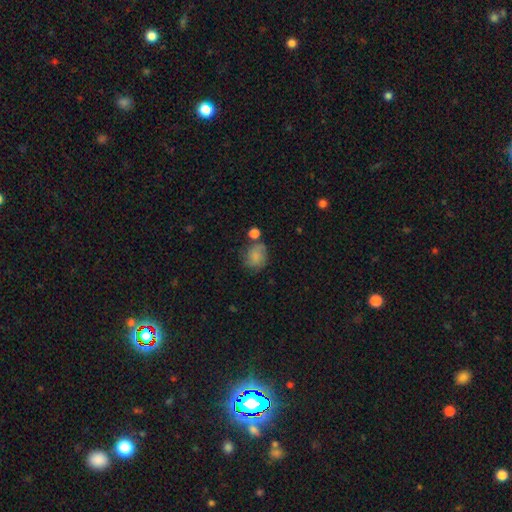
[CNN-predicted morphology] Q: Smooth or featured?
A: smooth (68%); runner-up: featured or disk (21%)
Q: How rounded?
A: round (59%); runner-up: in between (40%)
Q: Merging?
A: none (55%); runner-up: minor disturbance (24%)